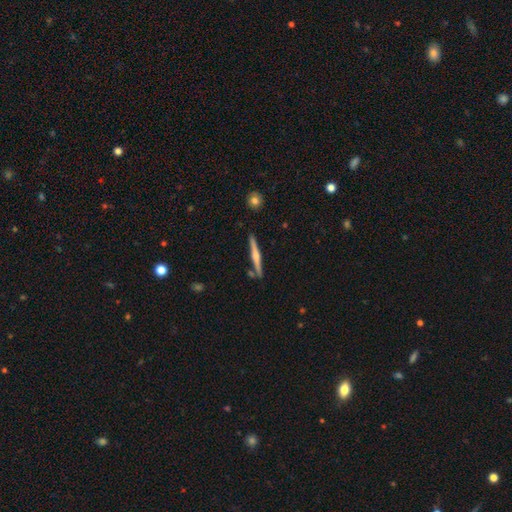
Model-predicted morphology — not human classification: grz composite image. It shows a featured or disk galaxy (67%) viewed edge-on (98%) with a rounded central bulge (84%). Merging: none (86%).